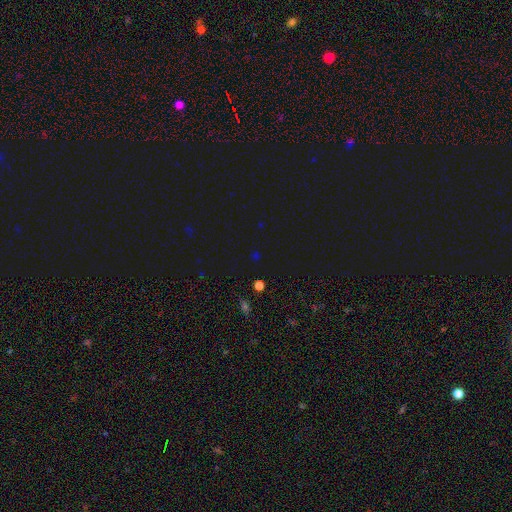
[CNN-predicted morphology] A star or artifact, not a galaxy (63%).